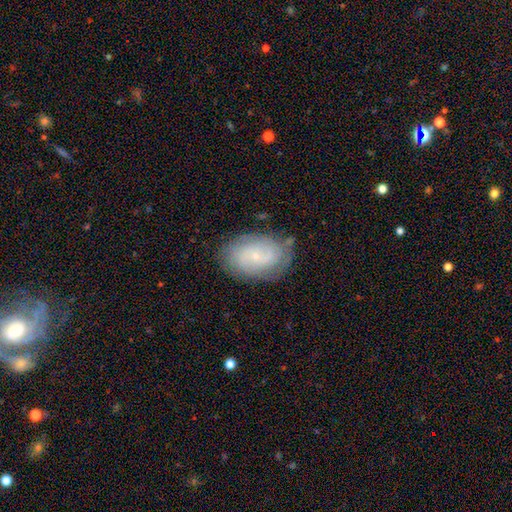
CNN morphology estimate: Smooth or featured?
  - featured or disk: 63% *
  - smooth: 28%
  - star or artifact: 9%
Edge-on disk?
  - no: 96% *
  - yes: 4%
Bar?
  - no: 70% *
  - weak: 26%
  - strong: 5%
Spiral arms?
  - yes: 86% *
  - no: 14%
Spiral winding?
  - tight: 61% *
  - medium: 29%
  - loose: 10%
Spiral arm count?
  - can't tell: 45% *
  - 2: 31%
  - 3: 10%
  - 4: 6%
  - 1: 4%
  - more than 4: 4%
Bulge size?
  - small: 82% *
  - moderate: 12%
  - none: 3%
  - large: 1%
  - dominant: 1%
Merging?
  - none: 77% *
  - minor disturbance: 17%
  - major disturbance: 5%
  - merger: 1%